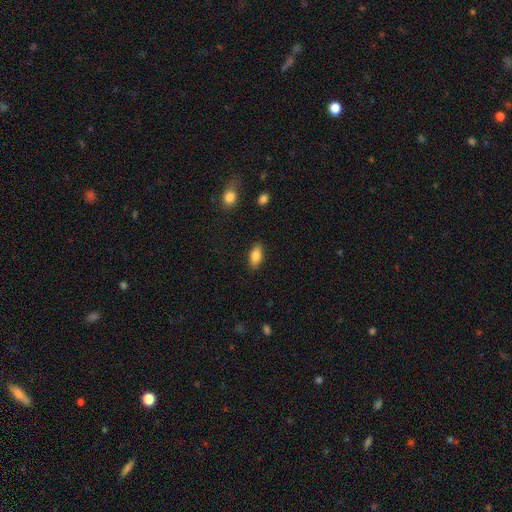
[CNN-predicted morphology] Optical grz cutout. It shows a smooth galaxy with no disk features (85%) that is in between round and cigar-shaped (89%). Merging: none (87%).